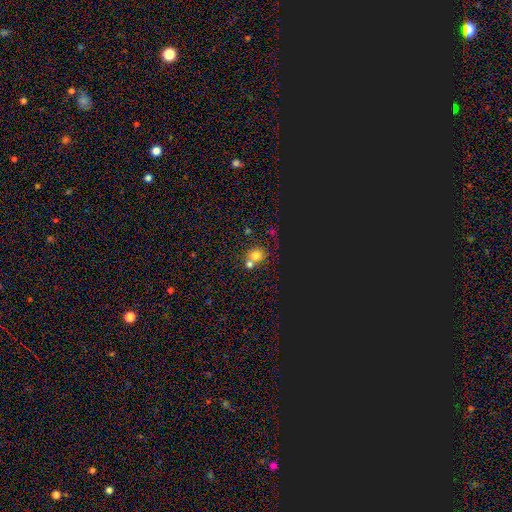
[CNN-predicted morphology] Q: Smooth or featured?
A: smooth (70%); runner-up: star or artifact (19%)
Q: How rounded?
A: round (80%); runner-up: in between (19%)
Q: Merging?
A: merger (44%); tied with: none (44%)